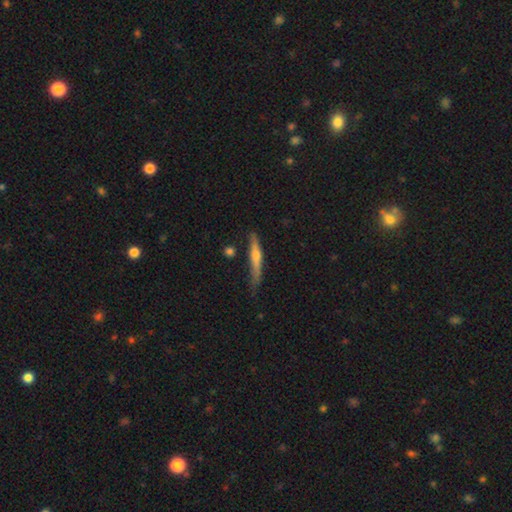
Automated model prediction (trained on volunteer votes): This appears to be a featured or disk galaxy (58%) viewed edge-on (95%) with a rounded central bulge (78%). Merging: none (70%).